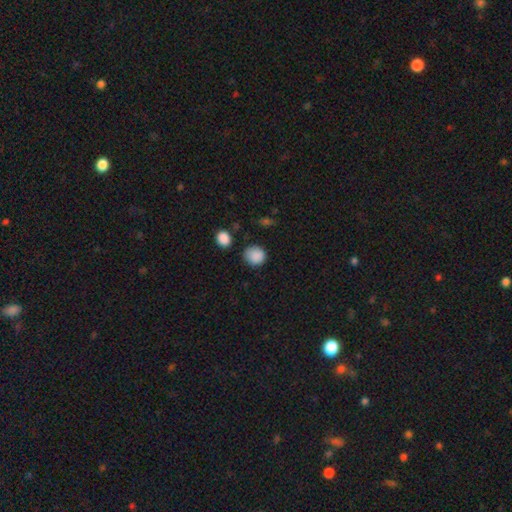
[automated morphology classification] This appears to be a smooth galaxy with no disk features (88%) that is round (80%). Merging: none (76%).